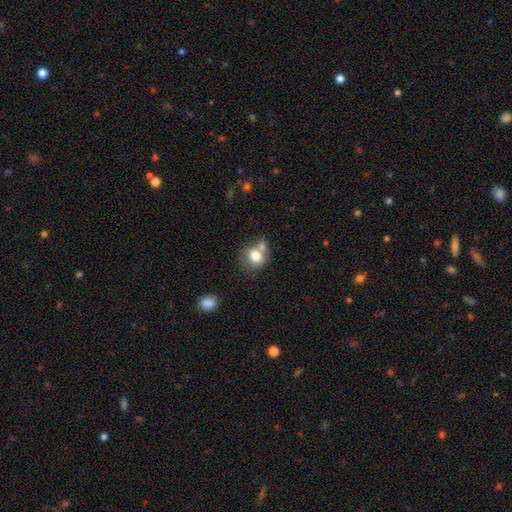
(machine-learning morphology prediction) Smooth or featured? Predicted: smooth (p=0.77). How rounded? Predicted: round (p=0.61). Merging? Predicted: none (p=0.44).